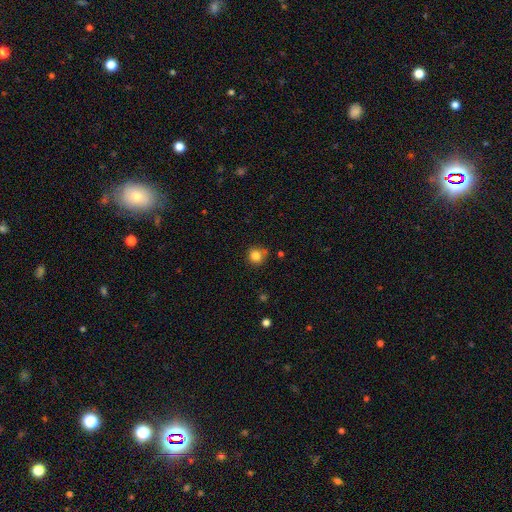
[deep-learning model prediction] The model was most divided on "merging": none: 76%, minor disturbance: 15%, merger: 6%, major disturbance: 3%. More confident: how rounded — round (91%); smooth or featured — smooth (84%).